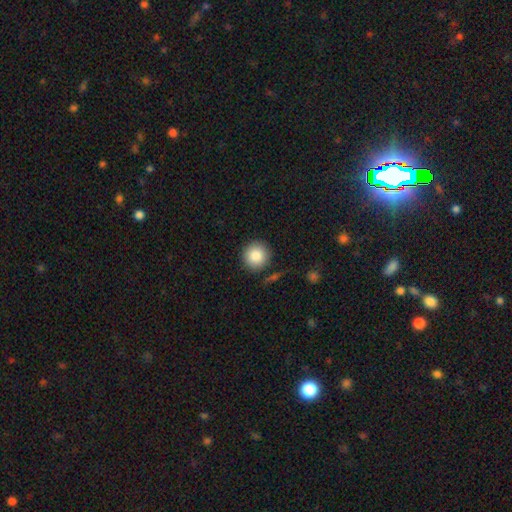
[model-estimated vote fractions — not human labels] The model was most divided on "smooth or featured": smooth: 86%, star or artifact: 8%, featured or disk: 6%. More confident: how rounded — round (95%); merging — none (87%).